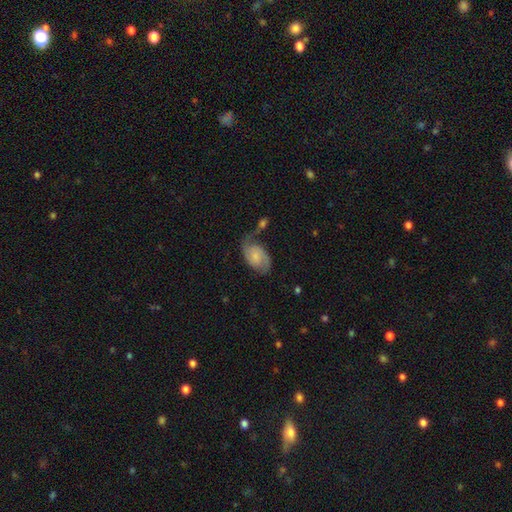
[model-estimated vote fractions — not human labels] Smooth or featured?
  - featured or disk: 64% *
  - smooth: 29%
  - star or artifact: 7%
Edge-on disk?
  - no: 97% *
  - yes: 3%
Bar?
  - no: 63% *
  - weak: 32%
  - strong: 5%
Spiral arms?
  - yes: 91% *
  - no: 9%
Spiral winding?
  - medium: 44% *
  - loose: 33%
  - tight: 24%
Spiral arm count?
  - 2: 83% *
  - 1: 7%
  - can't tell: 7%
  - 3: 1%
  - 4: 1%
  - more than 4: 1%
Bulge size?
  - small: 43% *
  - moderate: 30%
  - none: 17%
  - large: 7%
  - dominant: 2%
Merging?
  - none: 44% *
  - minor disturbance: 22%
  - merger: 17%
  - major disturbance: 17%